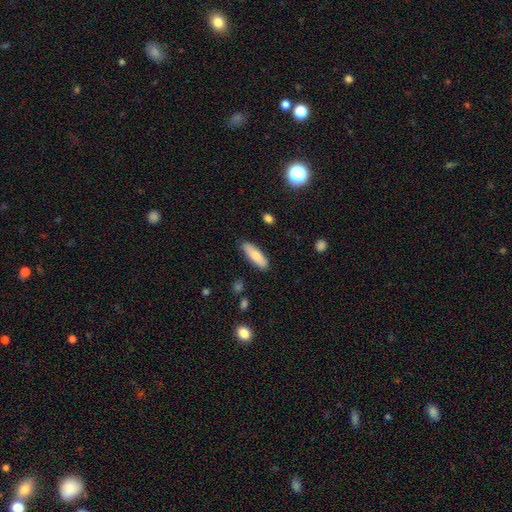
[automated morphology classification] Smooth or featured? Predicted: smooth (p=0.79). How rounded? Predicted: cigar-shaped (p=0.52). Merging? Predicted: none (p=0.86).